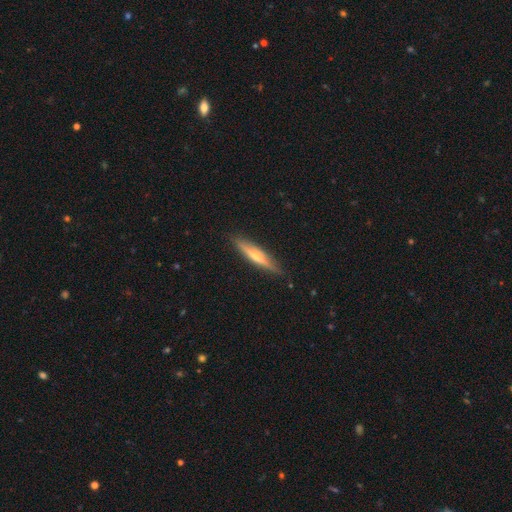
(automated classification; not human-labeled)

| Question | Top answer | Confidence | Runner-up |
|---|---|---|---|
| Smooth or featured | featured or disk | 57% | smooth (37%) |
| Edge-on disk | yes | 95% | no (5%) |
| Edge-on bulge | rounded | 74% | none (20%) |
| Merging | none | 88% | minor disturbance (9%) |